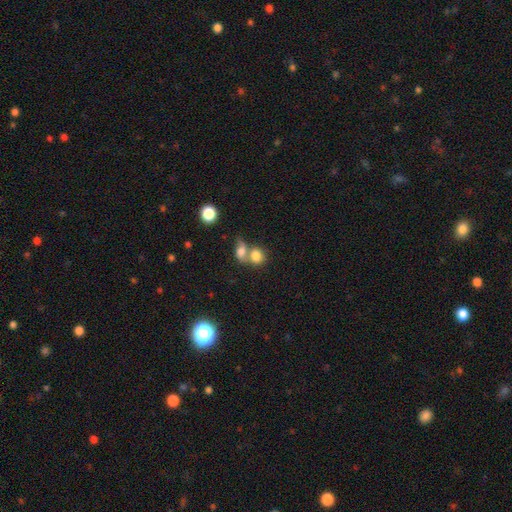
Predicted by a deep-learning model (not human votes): This is likely a smooth galaxy (80%). How rounded: possibly round (53%). Merging: likely merger (61%).